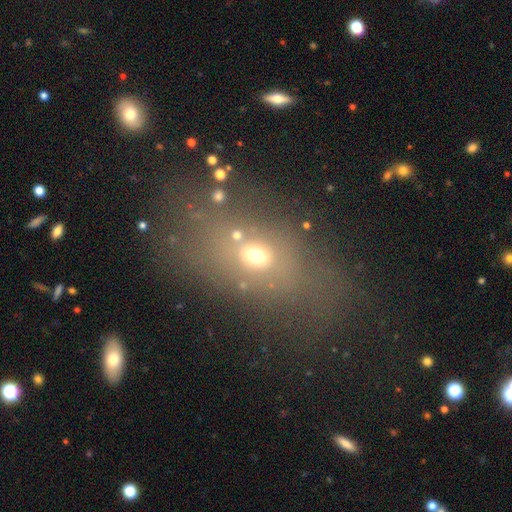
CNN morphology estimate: This is possibly a smooth galaxy (57%). How rounded: likely in between (74%). Merging: possibly none (54%).